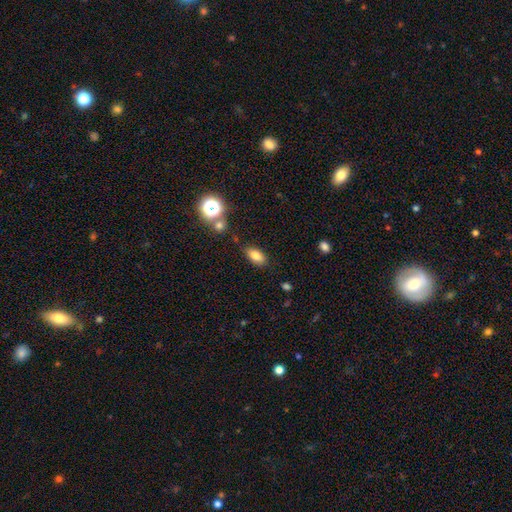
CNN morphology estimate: This appears to be a smooth galaxy with no disk features (79%) that is in between round and cigar-shaped (86%). Merging: none (79%).